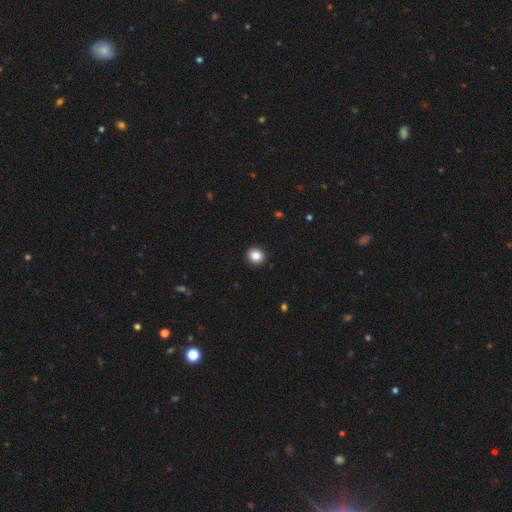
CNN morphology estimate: A smooth galaxy with no disk features (85%) that is round (88%). Merging: none (93%).